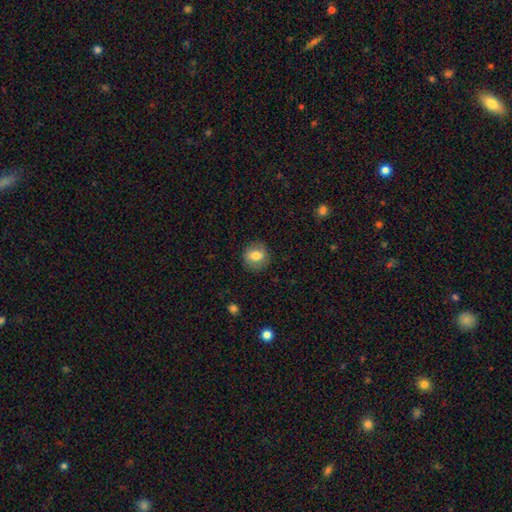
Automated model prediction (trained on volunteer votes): Overall: smooth (77%). How rounded: round (81%). Merging: none (85%).